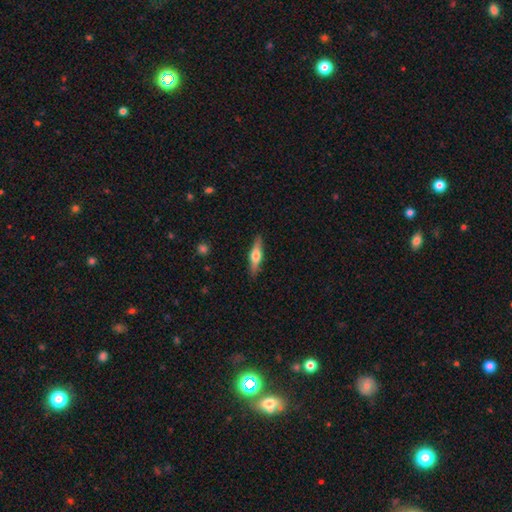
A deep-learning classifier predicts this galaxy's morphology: This appears to be a featured or disk galaxy (56%) viewed edge-on (95%) with a rounded central bulge (93%). Merging: none (89%).